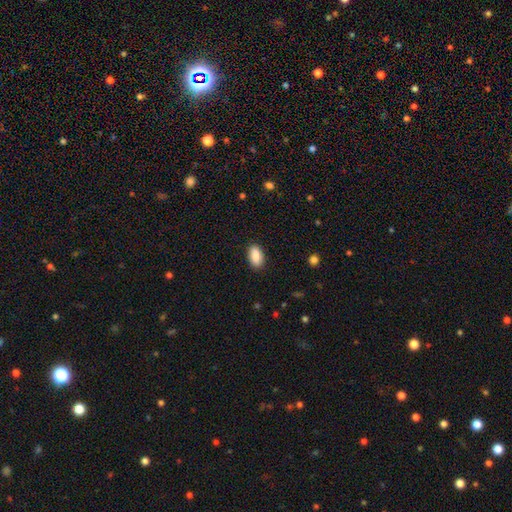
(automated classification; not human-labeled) Overall: smooth (88%). How rounded: in between (93%). Merging: none (88%).